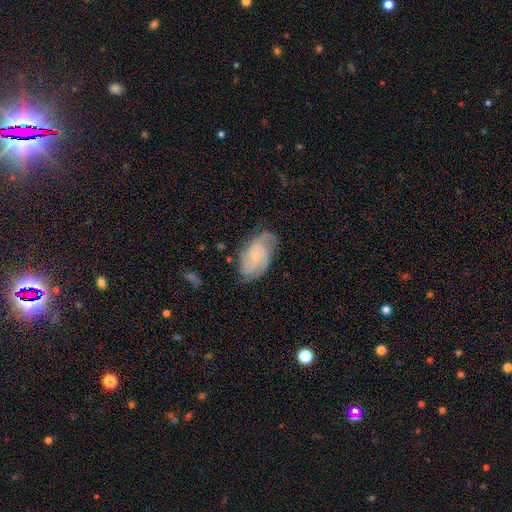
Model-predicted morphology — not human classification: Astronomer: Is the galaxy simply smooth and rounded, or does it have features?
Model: featured or disk — 84%.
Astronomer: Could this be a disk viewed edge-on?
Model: no — 97%.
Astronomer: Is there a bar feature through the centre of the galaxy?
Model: no — 64%.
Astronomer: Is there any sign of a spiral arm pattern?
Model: yes — 97%.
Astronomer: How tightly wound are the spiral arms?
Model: tight — 57% (runner-up: medium, 36%).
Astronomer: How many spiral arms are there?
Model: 3 — 39% (runner-up: 2, 22%).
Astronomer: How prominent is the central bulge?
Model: small — 65%.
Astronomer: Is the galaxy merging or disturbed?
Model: none — 72%.